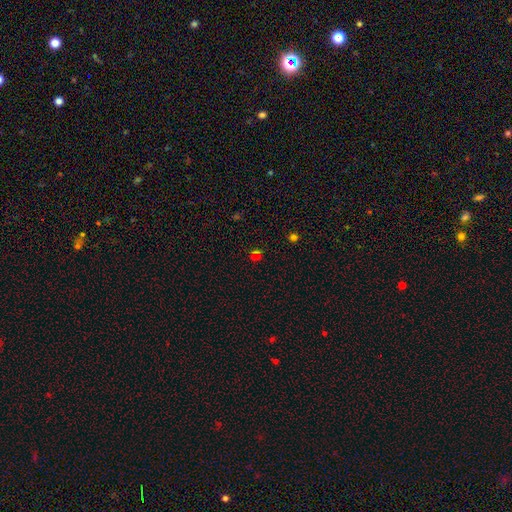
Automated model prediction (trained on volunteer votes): A star or artifact, not a galaxy (46%).

Vote fractions:
- Smooth or featured? star or artifact: 46% / smooth: 45% / featured or disk: 9%